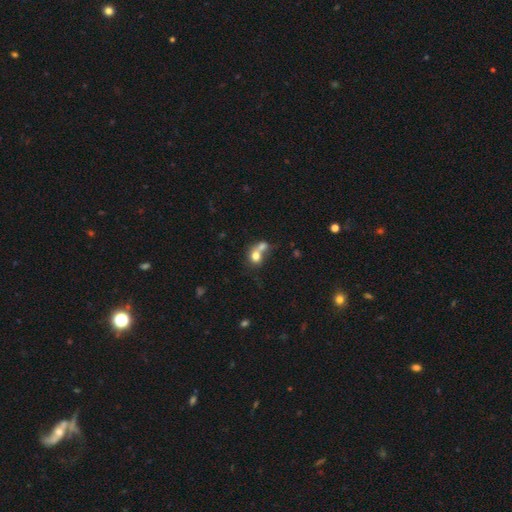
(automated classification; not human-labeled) This is likely a smooth galaxy (73%). How rounded: likely round (67%). Merging: likely merger (66%).